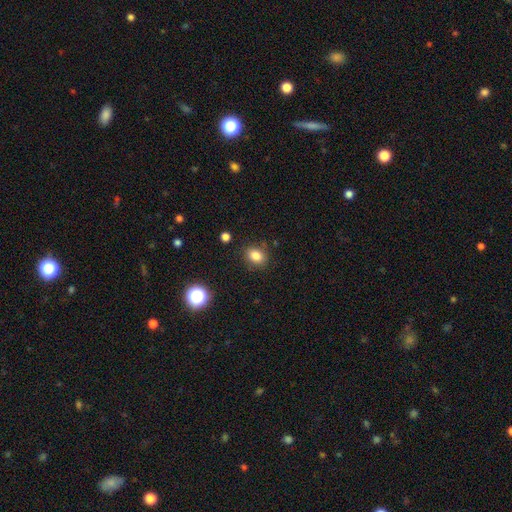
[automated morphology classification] smooth_or_featured: smooth (p=0.82) [alt: star or artifact p=0.12]
how_rounded: in between (p=0.54) [alt: round p=0.45]
merging: none (p=0.84) [alt: minor disturbance p=0.11]